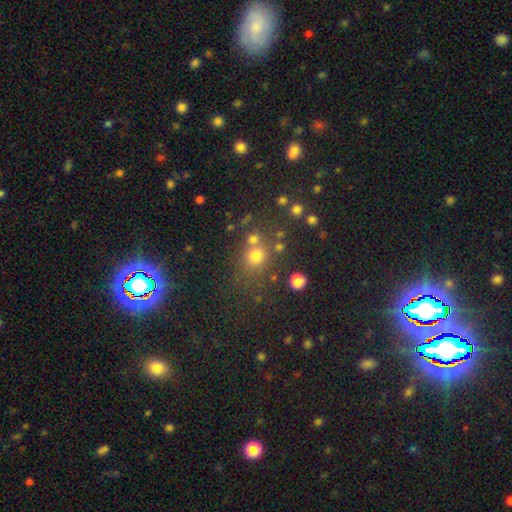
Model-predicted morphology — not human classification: A smooth galaxy with no disk features (71%) that is round (82%). Merging: none (65%).